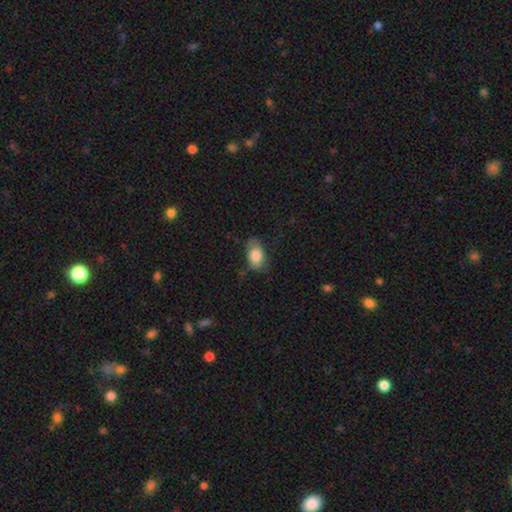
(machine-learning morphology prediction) Q: Smooth or featured?
A: smooth (83%); runner-up: featured or disk (10%)
Q: How rounded?
A: in between (89%); runner-up: round (9%)
Q: Merging?
A: none (65%); runner-up: minor disturbance (26%)